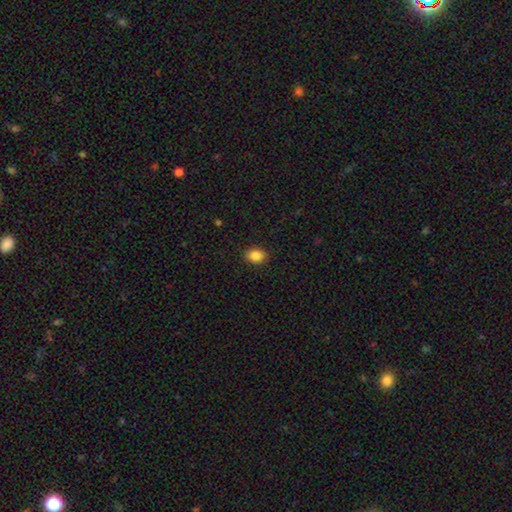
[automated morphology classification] smooth_or_featured: smooth (p=0.86) [alt: star or artifact p=0.09]
how_rounded: in between (p=0.67) [alt: round p=0.32]
merging: none (p=0.90) [alt: minor disturbance p=0.07]